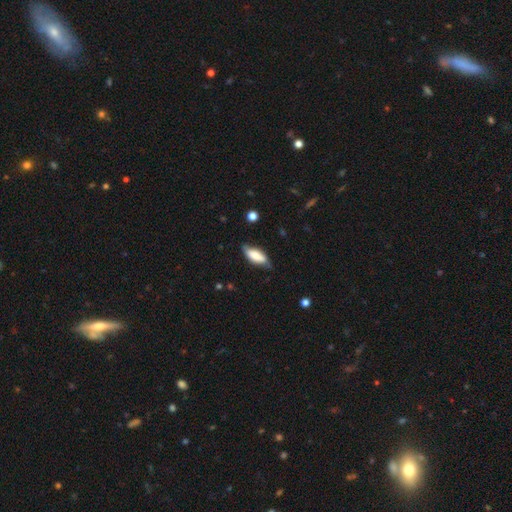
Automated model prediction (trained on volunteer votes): Q: Smooth or featured?
A: smooth (71%); runner-up: featured or disk (23%)
Q: How rounded?
A: in between (77%); runner-up: cigar-shaped (21%)
Q: Merging?
A: none (67%); runner-up: minor disturbance (26%)